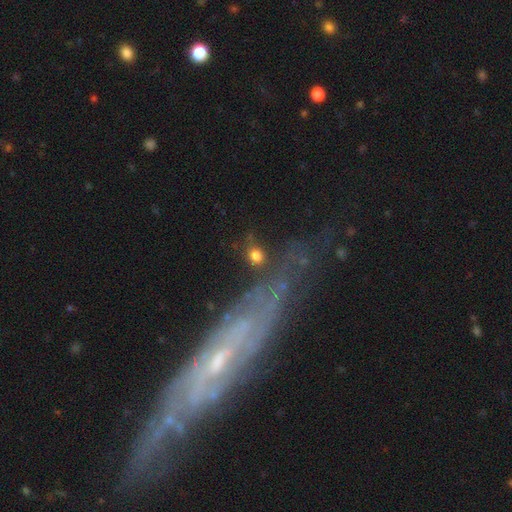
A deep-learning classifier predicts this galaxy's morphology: smooth_or_featured: smooth (p=0.75) [alt: star or artifact p=0.12]
how_rounded: round (p=0.71) [alt: in between p=0.26]
merging: none (p=0.68) [alt: minor disturbance p=0.14]